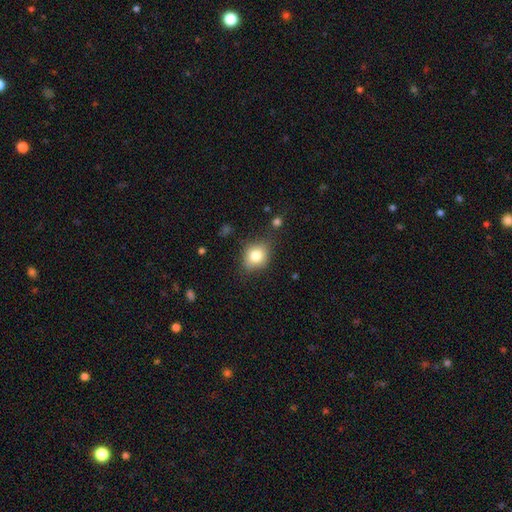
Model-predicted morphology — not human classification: Smooth or featured?
  - smooth: 78% *
  - featured or disk: 12%
  - star or artifact: 10%
How rounded?
  - round: 57% *
  - in between: 42%
  - cigar-shaped: 1%
Merging?
  - none: 74% *
  - minor disturbance: 18%
  - major disturbance: 5%
  - merger: 2%